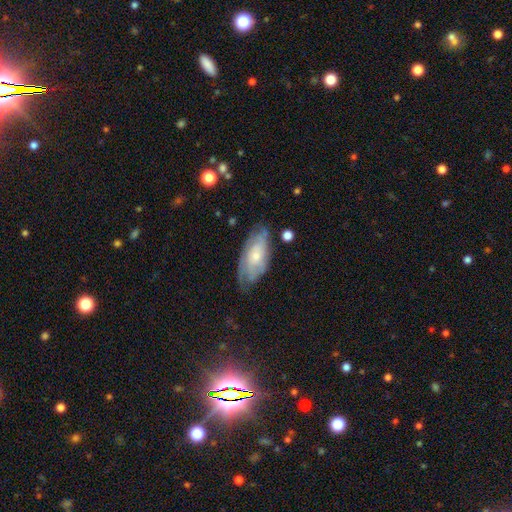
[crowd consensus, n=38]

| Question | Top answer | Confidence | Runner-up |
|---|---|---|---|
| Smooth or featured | featured or disk | 68% | smooth (24%) |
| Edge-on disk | no | 88% | yes (12%) |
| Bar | no | 70% | weak (26%) |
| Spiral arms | yes | 91% | no (9%) |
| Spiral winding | tight | 48% | medium (29%) |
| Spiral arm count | can't tell | 57% | 2 (14%) |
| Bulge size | small | 52% | moderate (26%) |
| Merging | none | 57% | minor disturbance (31%) |